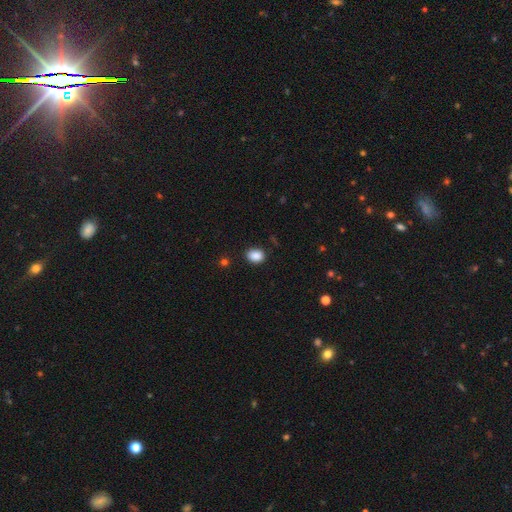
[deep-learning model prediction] A smooth galaxy with no disk features (88%) that is in between round and cigar-shaped (68%). Merging: none (86%).